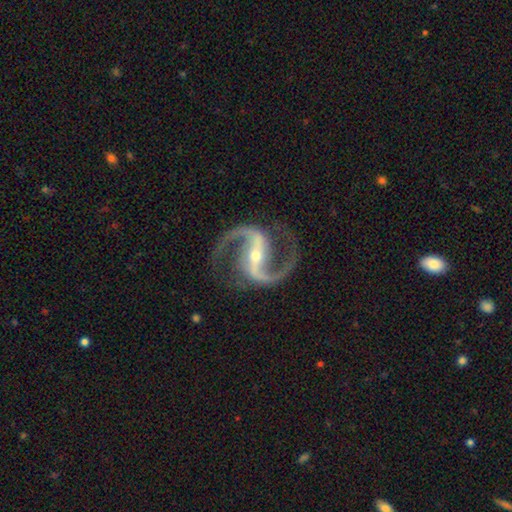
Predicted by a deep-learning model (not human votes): A featured or disk galaxy (95%) with a strong bar (65%), 2 (95%) medium (63%) spiral arms (99%) and a small central bulge (59%). Merging: none (85%).